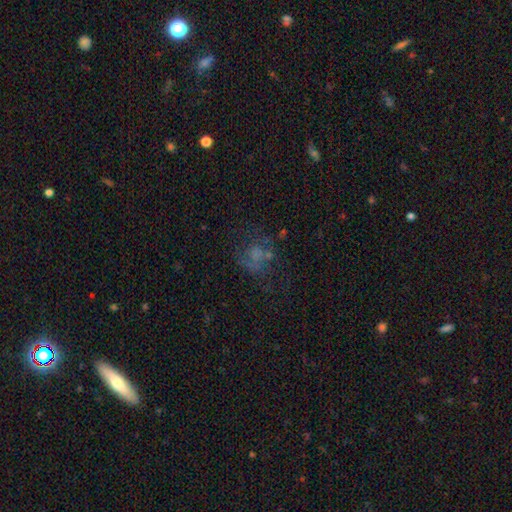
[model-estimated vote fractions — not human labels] Smooth or featured? smooth (38%, tied with featured or disk)
Merging? none (47%)